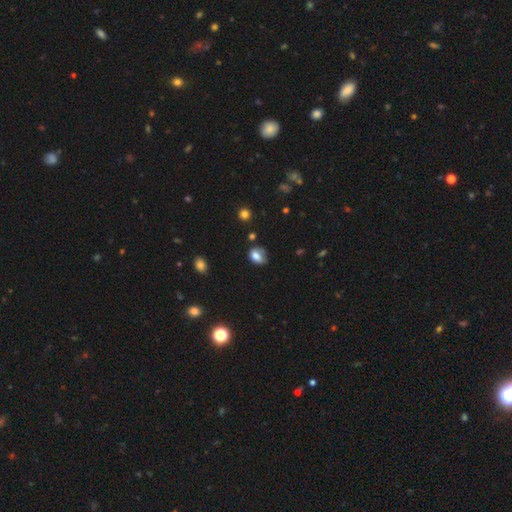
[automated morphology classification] Q: Smooth or featured?
A: smooth (77%); runner-up: featured or disk (12%)
Q: How rounded?
A: in between (69%); runner-up: round (30%)
Q: Merging?
A: none (50%); runner-up: minor disturbance (34%)